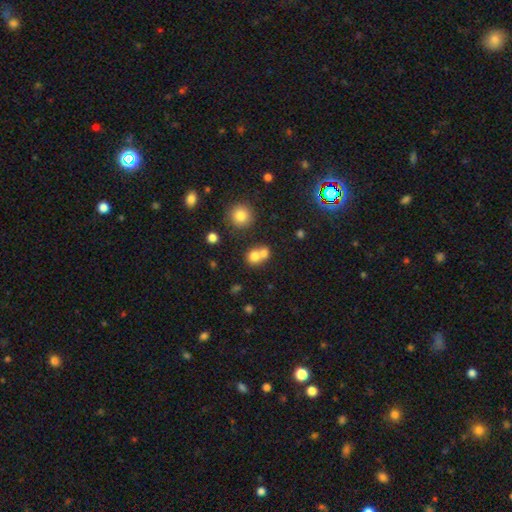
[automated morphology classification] Smooth or featured?
  - smooth: 73% *
  - featured or disk: 14%
  - star or artifact: 12%
How rounded?
  - round: 76% *
  - in between: 23%
  - cigar-shaped: 1%
Merging?
  - merger: 57% *
  - none: 33%
  - minor disturbance: 7%
  - major disturbance: 3%